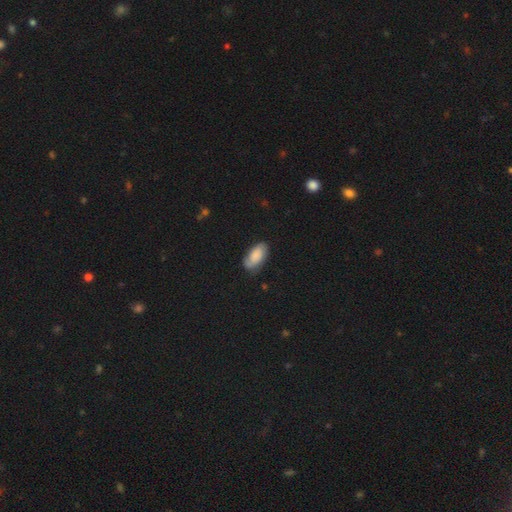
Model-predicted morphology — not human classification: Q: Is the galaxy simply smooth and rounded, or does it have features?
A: smooth — 70%.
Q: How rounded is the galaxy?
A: in between — 94%.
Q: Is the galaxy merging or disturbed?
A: none — 71%.